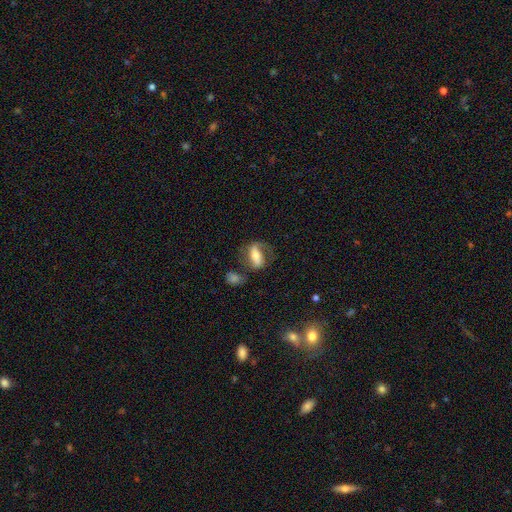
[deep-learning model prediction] This is possibly a featured or disk galaxy (55%). It is clearly not viewed edge-on (85%). Merging: possibly none (54%).